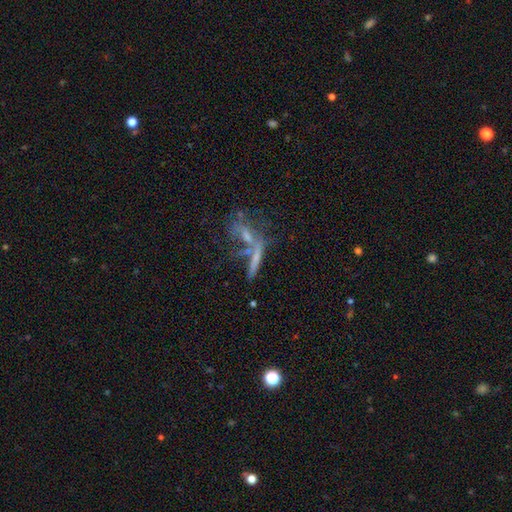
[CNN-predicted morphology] Smooth or featured?
  - featured or disk: 51% *
  - smooth: 33%
  - star or artifact: 16%
Edge-on disk?
  - yes: 59% *
  - no: 41%
Merging?
  - none: 40% *
  - merger: 38%
  - major disturbance: 11%
  - minor disturbance: 11%